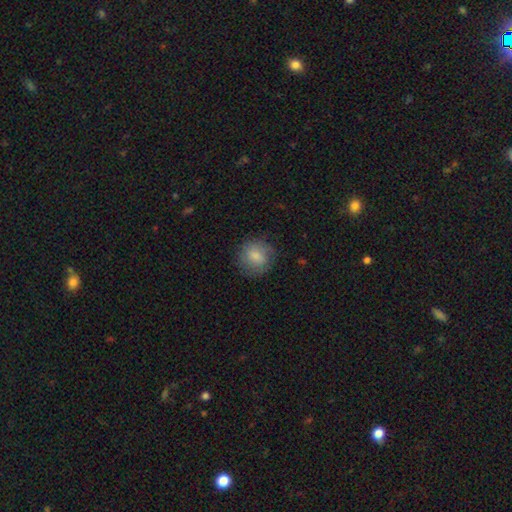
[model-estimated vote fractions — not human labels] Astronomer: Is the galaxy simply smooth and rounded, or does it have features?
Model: smooth — 79%.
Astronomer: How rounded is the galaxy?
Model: round — 86%.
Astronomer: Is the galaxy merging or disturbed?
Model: none — 78%.